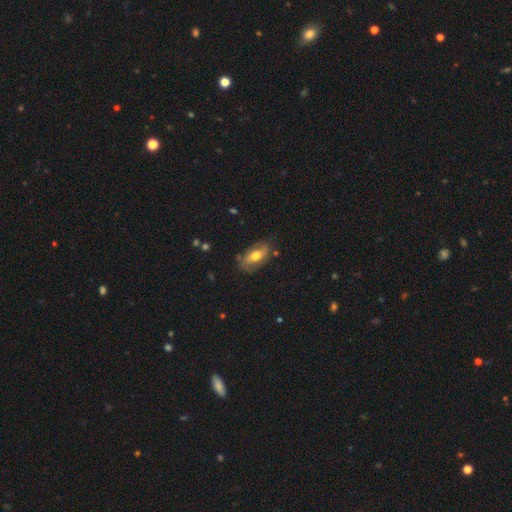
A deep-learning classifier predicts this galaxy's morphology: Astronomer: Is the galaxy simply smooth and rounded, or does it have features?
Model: smooth — 49% (runner-up: featured or disk, 45%).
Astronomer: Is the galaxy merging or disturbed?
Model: none — 71%.